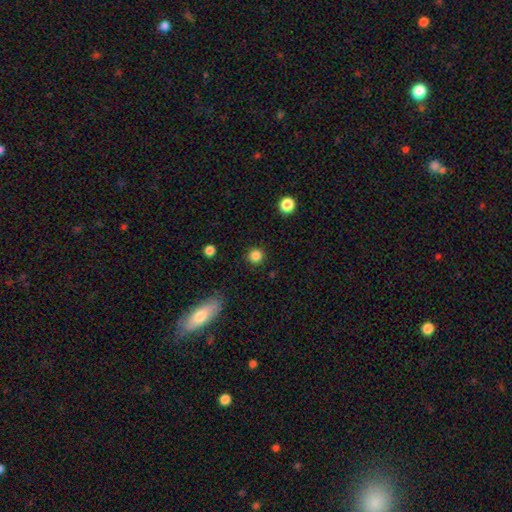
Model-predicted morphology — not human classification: Smooth or featured?
  - smooth: 85% *
  - star or artifact: 12%
  - featured or disk: 4%
How rounded?
  - round: 94% *
  - in between: 5%
  - cigar-shaped: 1%
Merging?
  - none: 90% *
  - minor disturbance: 6%
  - major disturbance: 2%
  - merger: 1%